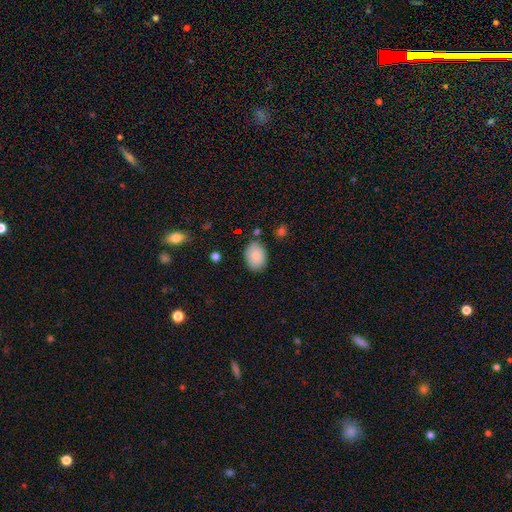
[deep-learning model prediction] The model was most divided on "merging": none: 77%, minor disturbance: 17%, major disturbance: 3%, merger: 3%. More confident: smooth or featured — smooth (85%); how rounded — in between (79%).